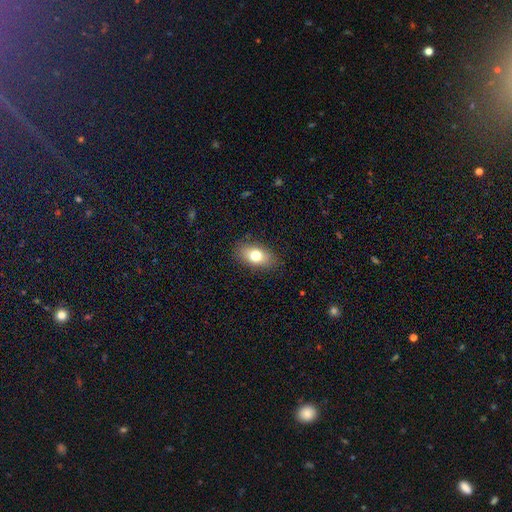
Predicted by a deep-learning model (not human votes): Smooth or featured: smooth — 74% (featured or disk — 17%)
How rounded: in between — 86% (round — 10%)
Merging: none — 86% (minor disturbance — 10%)